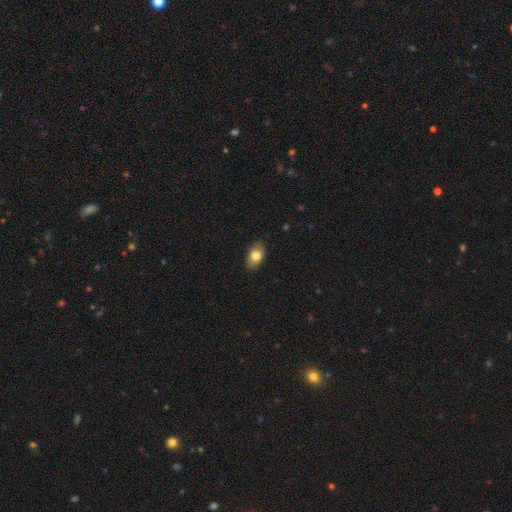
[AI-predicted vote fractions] A smooth galaxy with no disk features (78%) that is in between round and cigar-shaped (88%). Merging: none (83%).